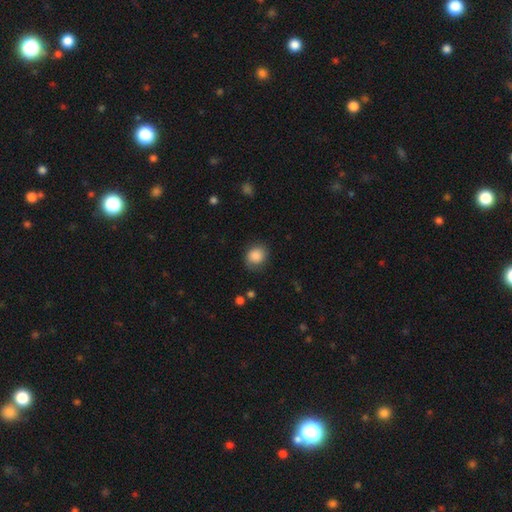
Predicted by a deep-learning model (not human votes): Q: Smooth or featured?
A: smooth (85%); runner-up: star or artifact (8%)
Q: How rounded?
A: round (64%); runner-up: in between (35%)
Q: Merging?
A: none (75%); runner-up: minor disturbance (18%)